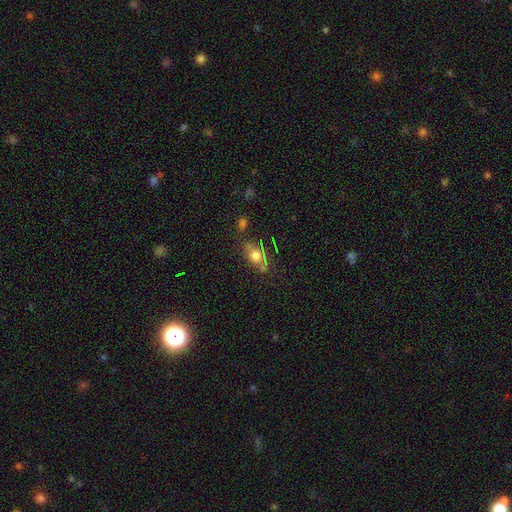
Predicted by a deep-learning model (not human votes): Smooth or featured? Predicted: smooth (p=0.66). How rounded? Predicted: in between (p=0.66). Merging? Predicted: none (p=0.59).